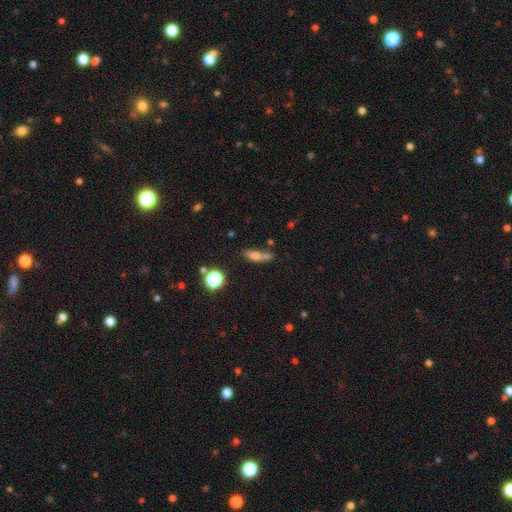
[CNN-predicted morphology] A smooth galaxy with no disk features (63%) that is in between round and cigar-shaped (45%). Merging: none (46%).